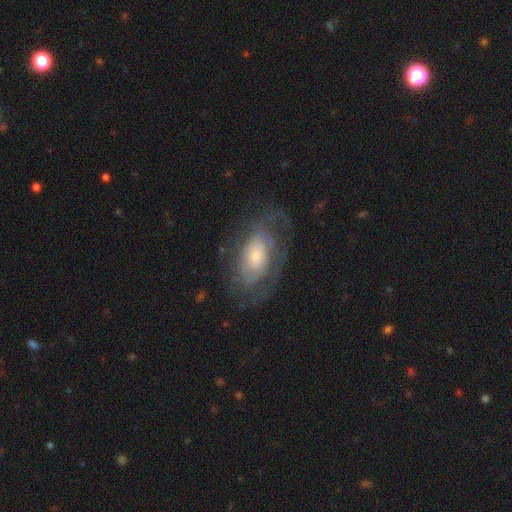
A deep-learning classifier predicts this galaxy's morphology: This appears to be a featured or disk galaxy (74%) with no bar (74%), tight (59%) spiral arms (85%) and a moderate central bulge (39%). Merging: none (68%).